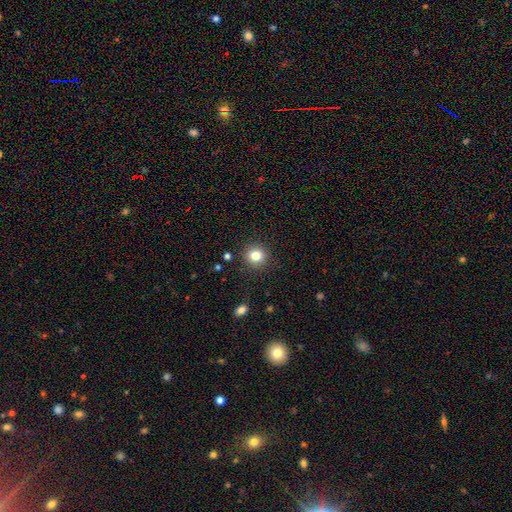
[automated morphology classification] smooth 81%, star or artifact 12%, featured or disk 7%. Down the decision tree: how rounded — round (89%); merging — none (90%).